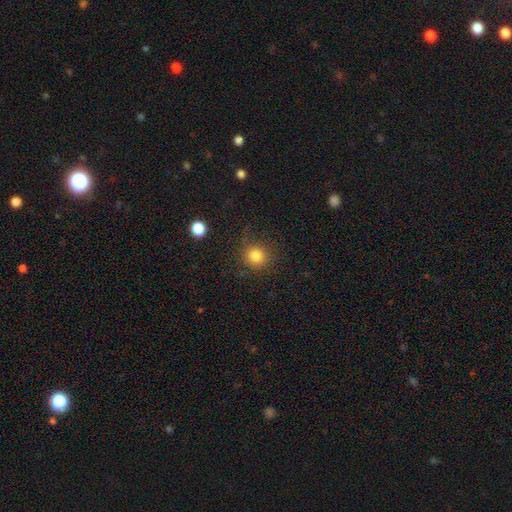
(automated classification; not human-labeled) smooth_or_featured: smooth (p=0.82) [alt: star or artifact p=0.13]
how_rounded: round (p=0.91) [alt: in between p=0.08]
merging: none (p=0.83) [alt: minor disturbance p=0.11]